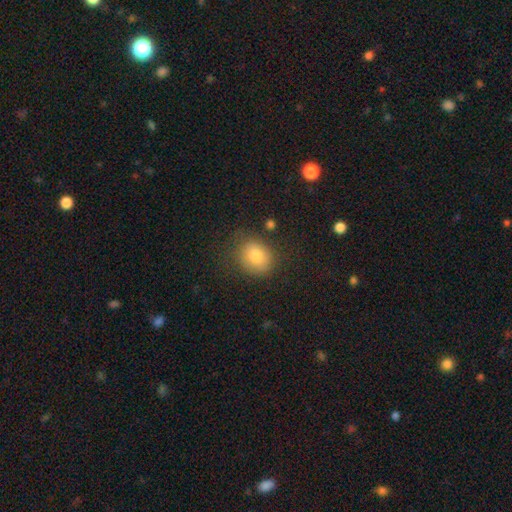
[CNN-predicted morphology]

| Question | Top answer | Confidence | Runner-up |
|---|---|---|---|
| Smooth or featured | smooth | 81% | star or artifact (10%) |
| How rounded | round | 57% | in between (42%) |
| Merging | none | 76% | minor disturbance (17%) |